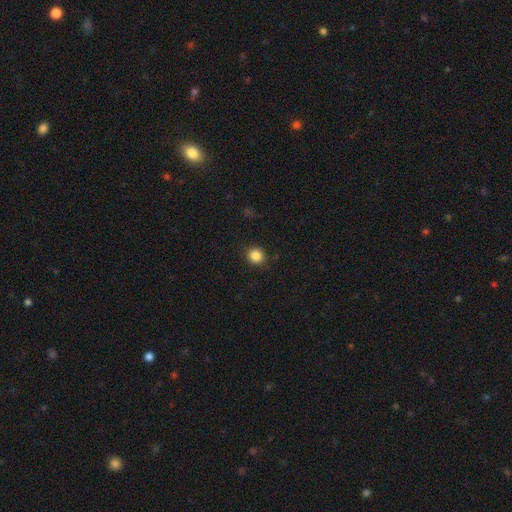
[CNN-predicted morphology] A smooth galaxy with no disk features (86%) that is round (89%).

Vote fractions:
- Smooth or featured? smooth: 86% / star or artifact: 11% / featured or disk: 4%
- How rounded? round: 89% / in between: 10% / cigar-shaped: 1%
- Merging? none: 89% / minor disturbance: 8% / major disturbance: 2% / merger: 1%